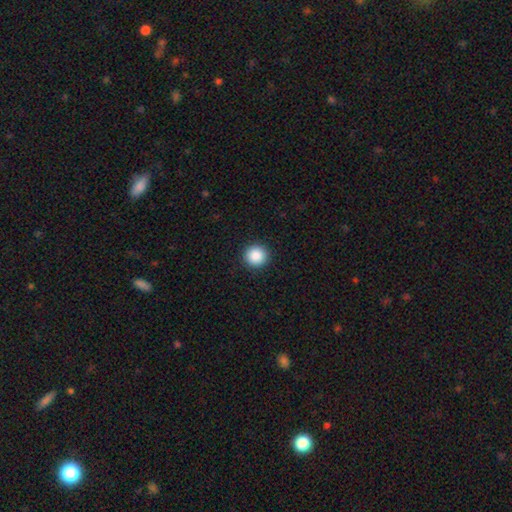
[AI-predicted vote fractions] Smooth or featured? smooth (89%)
How rounded? round (96%)
Merging? none (93%)